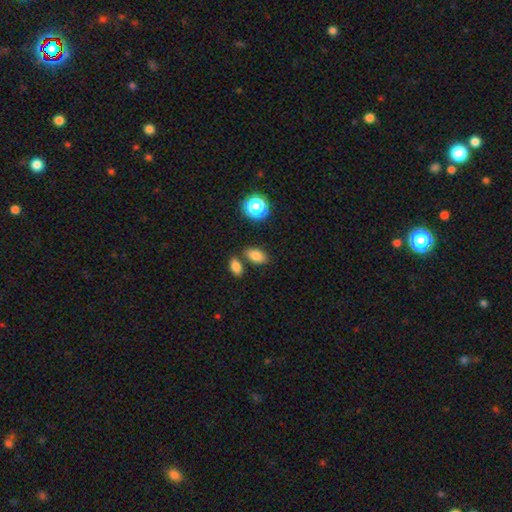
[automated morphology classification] smooth-or-featured: smooth: 81% | star or artifact: 12% | featured or disk: 7%
  how-rounded: in between: 88% | round: 9% | cigar-shaped: 3%
  merging: none: 73% | merger: 13% | minor disturbance: 11% | major disturbance: 3%